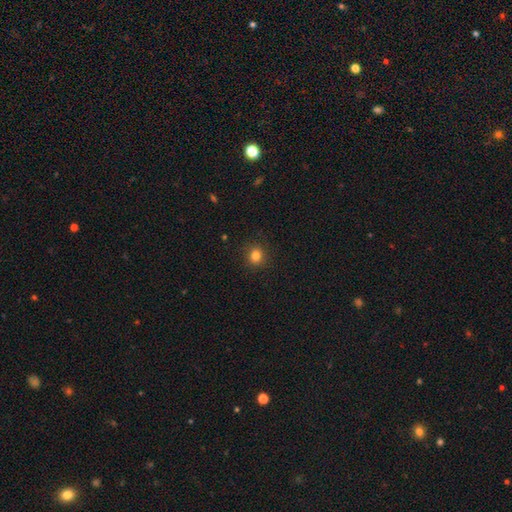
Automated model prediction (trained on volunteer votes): Smooth or featured?
  - smooth: 82% *
  - star or artifact: 13%
  - featured or disk: 6%
How rounded?
  - round: 87% *
  - in between: 12%
  - cigar-shaped: 1%
Merging?
  - none: 90% *
  - minor disturbance: 7%
  - major disturbance: 2%
  - merger: 1%